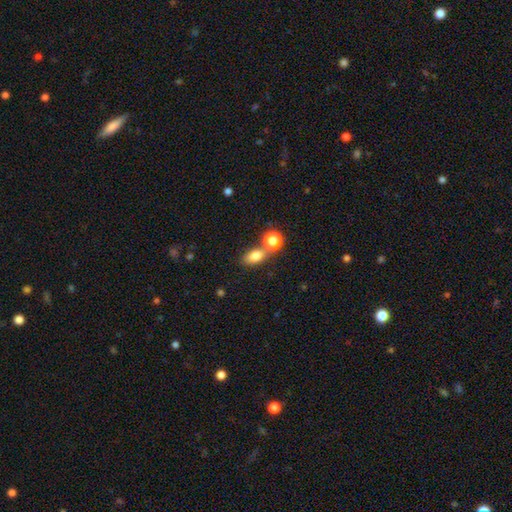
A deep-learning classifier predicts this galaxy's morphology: Smooth or featured? Predicted: smooth (p=0.79). How rounded? Predicted: in between (p=0.77). Merging? Predicted: none (p=0.56).